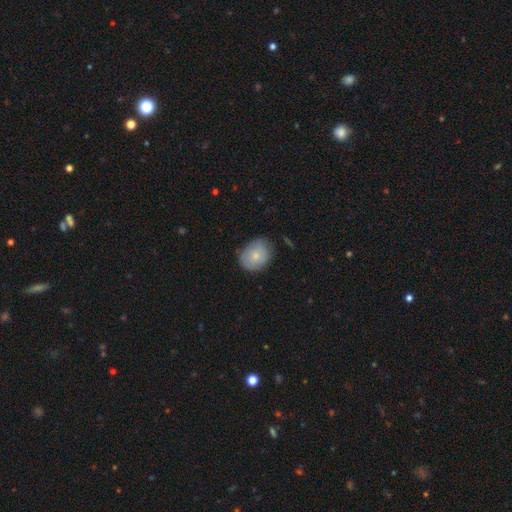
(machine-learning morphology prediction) smooth-or-featured: smooth: 76% | featured or disk: 17% | star or artifact: 7%
  how-rounded: in between: 54% | round: 45% | cigar-shaped: 1%
  merging: none: 71% | minor disturbance: 23% | major disturbance: 5% | merger: 2%